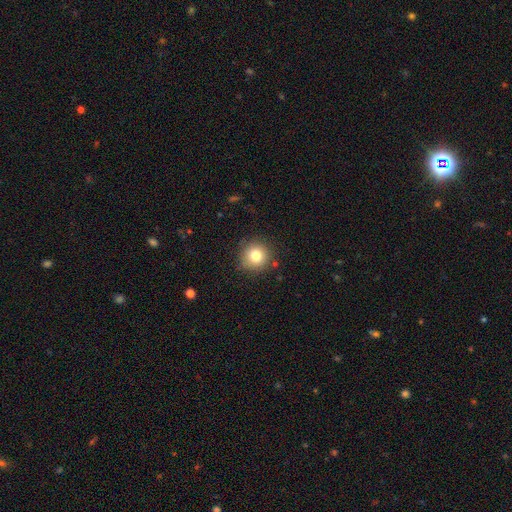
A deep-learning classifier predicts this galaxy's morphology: smooth_or_featured: smooth (p=0.80) [alt: star or artifact p=0.11]
how_rounded: round (p=0.93) [alt: in between p=0.06]
merging: none (p=0.87) [alt: minor disturbance p=0.09]